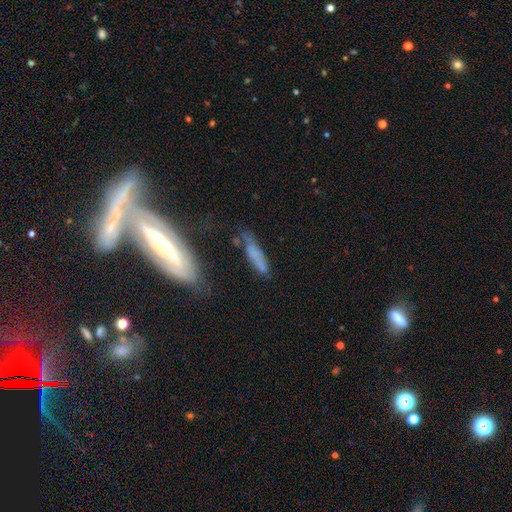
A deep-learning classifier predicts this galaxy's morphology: A smooth galaxy with no disk features (55%) that is cigar-shaped (69%).

Vote fractions:
- Smooth or featured? smooth: 55% / featured or disk: 33% / star or artifact: 12%
- How rounded? cigar-shaped: 69% / in between: 28% / round: 3%
- Merging? none: 58% / minor disturbance: 26% / major disturbance: 11% / merger: 6%